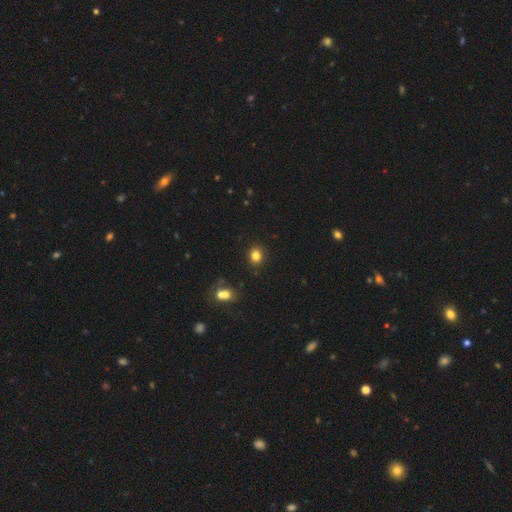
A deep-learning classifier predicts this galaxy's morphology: Smooth or featured: smooth — 82% (star or artifact — 12%)
How rounded: round — 75% (in between — 24%)
Merging: none — 89% (minor disturbance — 7%)